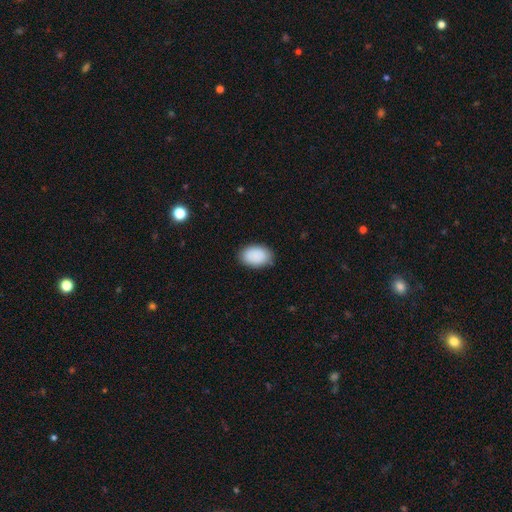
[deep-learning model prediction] smooth 90%, star or artifact 6%, featured or disk 4%. Down the decision tree: how rounded — in between (90%); merging — none (84%).